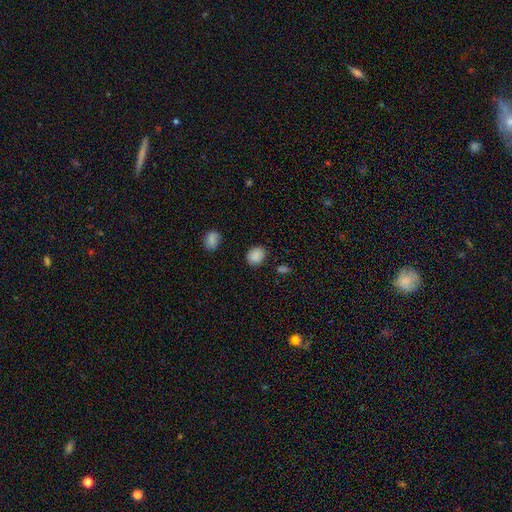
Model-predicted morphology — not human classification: This appears to be a smooth galaxy with no disk features (87%) that is round (56%). Merging: none (84%).